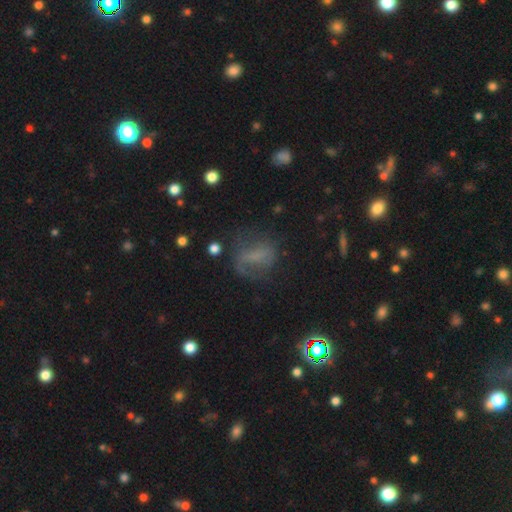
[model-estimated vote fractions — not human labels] Smooth or featured: smooth — 40% (featured or disk — 37%)
Merging: none — 51% (major disturbance — 24%)